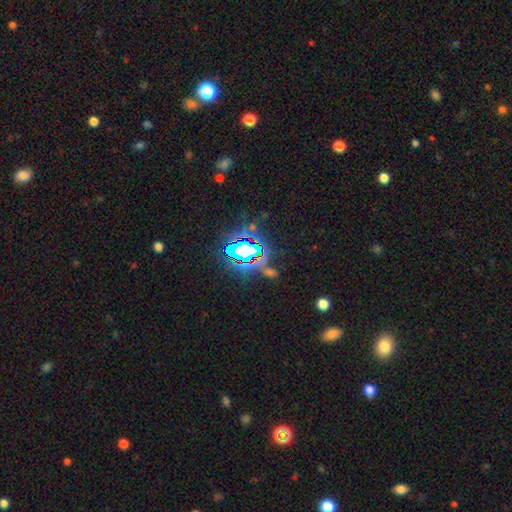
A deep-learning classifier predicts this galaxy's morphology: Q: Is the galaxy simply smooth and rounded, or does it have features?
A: star or artifact — 78%.